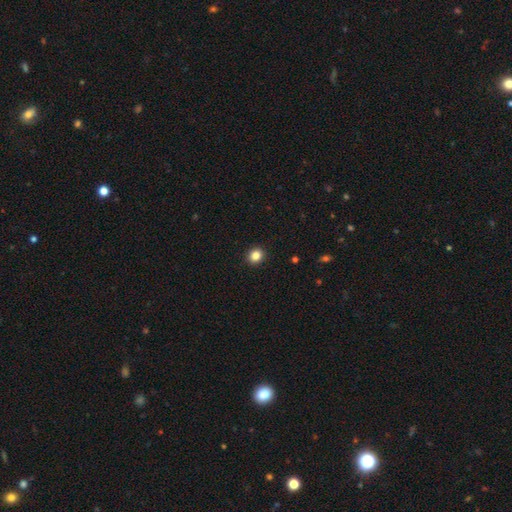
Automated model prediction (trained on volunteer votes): Overall: smooth (85%). How rounded: round (80%). Merging: none (92%).